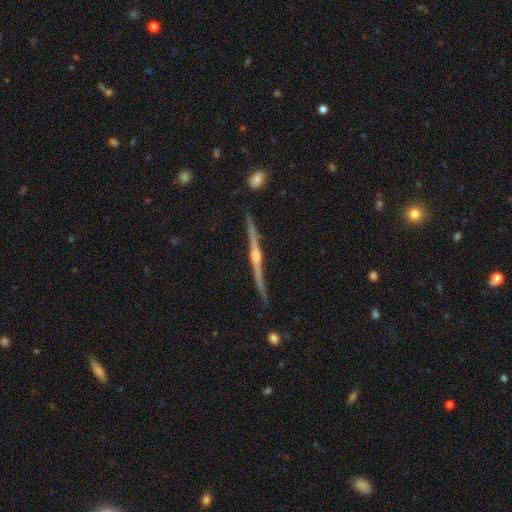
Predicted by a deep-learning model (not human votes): A featured or disk galaxy (88%) viewed edge-on (98%) with a rounded central bulge (88%).

Vote fractions:
- Smooth or featured? featured or disk: 88% / smooth: 7% / star or artifact: 5%
- Edge-on disk? yes: 98% / no: 2%
- Edge-on bulge? rounded: 88% / none: 7% / boxy: 5%
- Merging? none: 89% / minor disturbance: 8% / major disturbance: 2% / merger: 2%